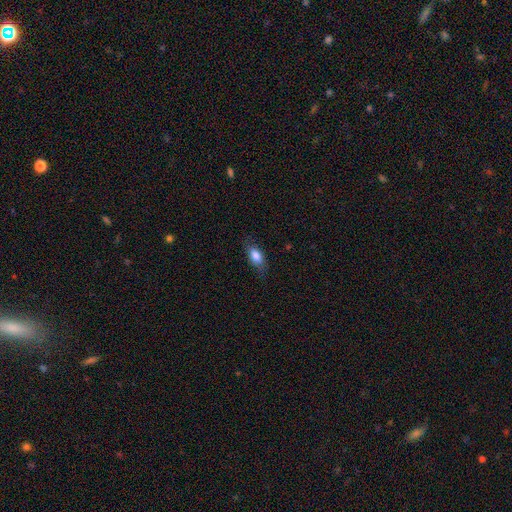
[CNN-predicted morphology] Q: Smooth or featured?
A: smooth (79%); runner-up: featured or disk (13%)
Q: How rounded?
A: in between (84%); runner-up: cigar-shaped (11%)
Q: Merging?
A: none (74%); runner-up: minor disturbance (19%)